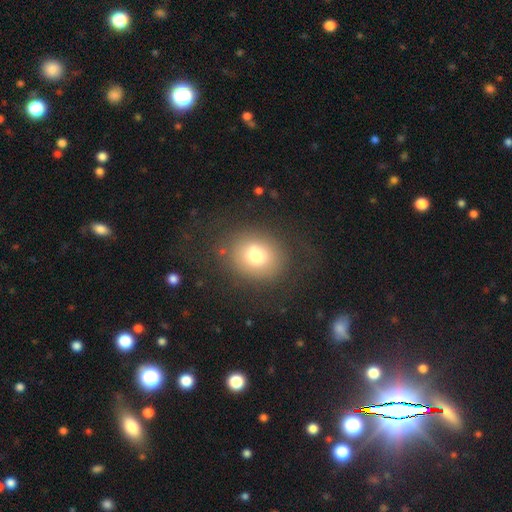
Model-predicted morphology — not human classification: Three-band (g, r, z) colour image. It shows a smooth galaxy with no disk features (73%) that is round (63%). Merging: none (74%).